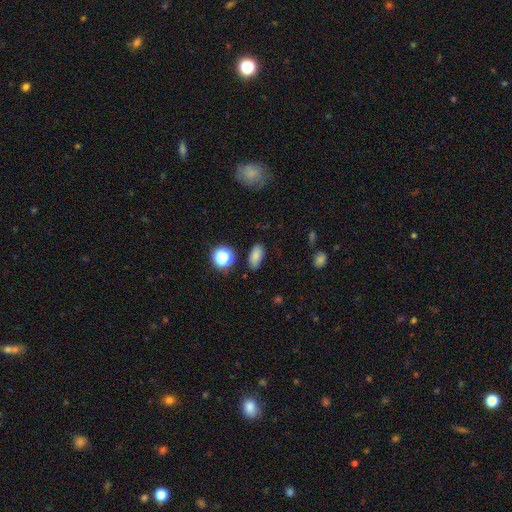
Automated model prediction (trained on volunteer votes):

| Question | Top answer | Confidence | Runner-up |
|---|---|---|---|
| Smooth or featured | smooth | 79% | star or artifact (14%) |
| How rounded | in between | 86% | round (8%) |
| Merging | none | 84% | minor disturbance (11%) |